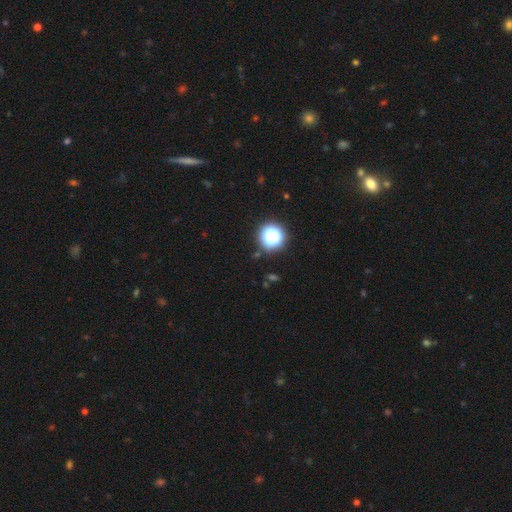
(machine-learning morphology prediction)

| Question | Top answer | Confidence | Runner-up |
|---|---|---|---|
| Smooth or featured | star or artifact | 71% | smooth (22%) |